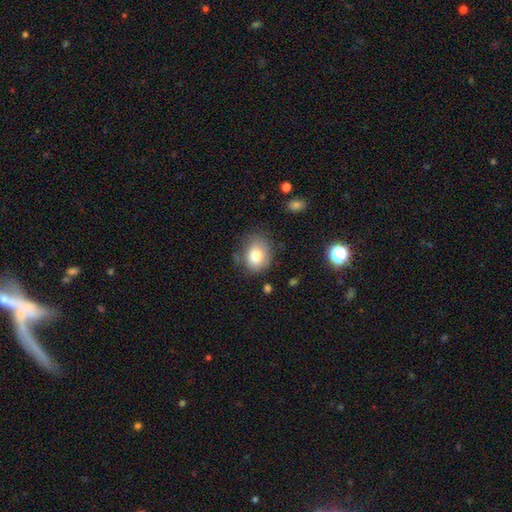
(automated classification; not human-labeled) A smooth galaxy with no disk features (79%) that is in between round and cigar-shaped (57%).

Vote fractions:
- Smooth or featured? smooth: 79% / featured or disk: 11% / star or artifact: 9%
- How rounded? in between: 57% / round: 42% / cigar-shaped: 1%
- Merging? none: 66% / minor disturbance: 24% / major disturbance: 7% / merger: 3%